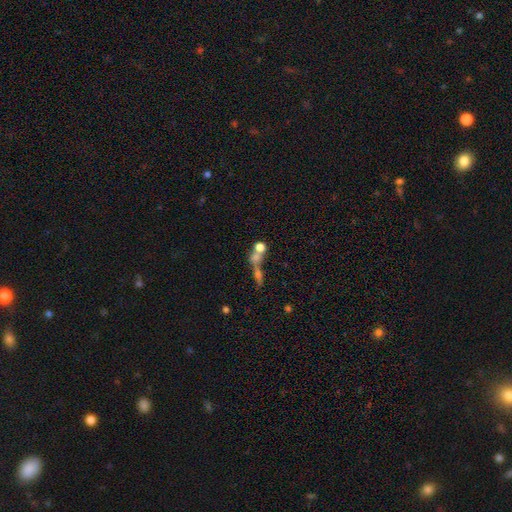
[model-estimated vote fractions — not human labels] A smooth galaxy with no disk features (52%) that is round (55%).

Vote fractions:
- Smooth or featured? smooth: 52% / featured or disk: 27% / star or artifact: 21%
- How rounded? round: 55% / in between: 30% / cigar-shaped: 15%
- Merging? merger: 50% / none: 31% / major disturbance: 11% / minor disturbance: 9%